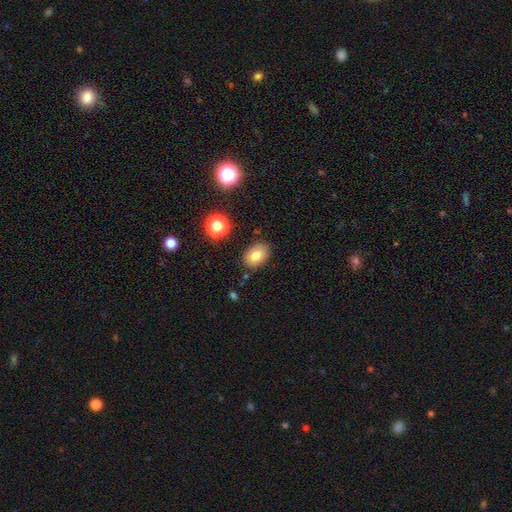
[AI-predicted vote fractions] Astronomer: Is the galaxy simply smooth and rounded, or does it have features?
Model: smooth — 76%.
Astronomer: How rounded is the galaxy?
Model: in between — 79%.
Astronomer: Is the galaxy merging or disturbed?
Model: none — 84%.